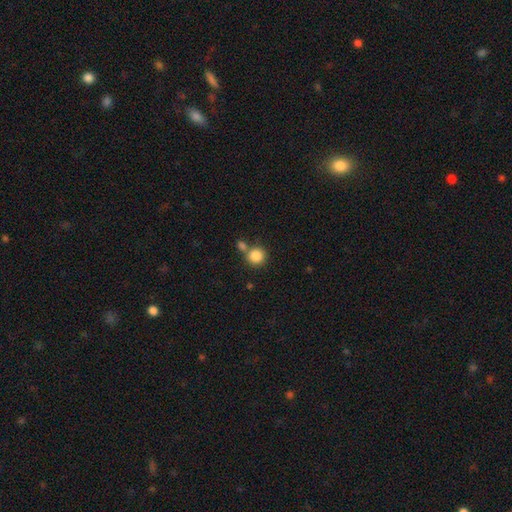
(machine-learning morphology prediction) Overall: smooth (85%). How rounded: round (92%). Merging: none (61%; merger 27%).